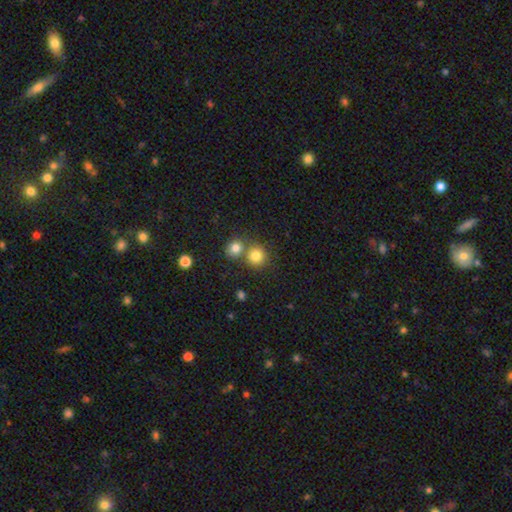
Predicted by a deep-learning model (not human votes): Smooth or featured? Predicted: smooth (p=0.81). How rounded? Predicted: round (p=0.88). Merging? Predicted: none (p=0.59).